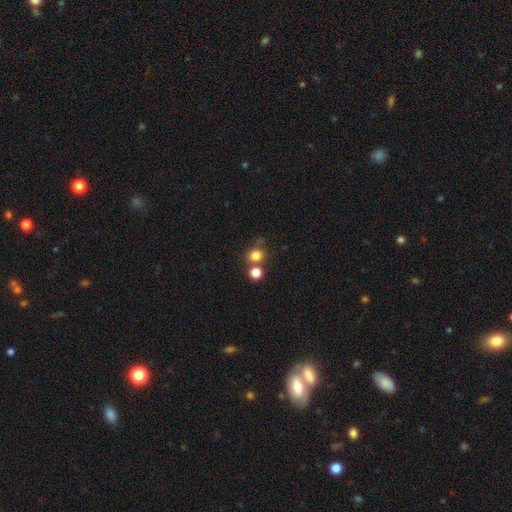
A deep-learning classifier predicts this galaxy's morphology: This appears to be a smooth galaxy with no disk features (79%) that is round (82%). Merging: none (61%).